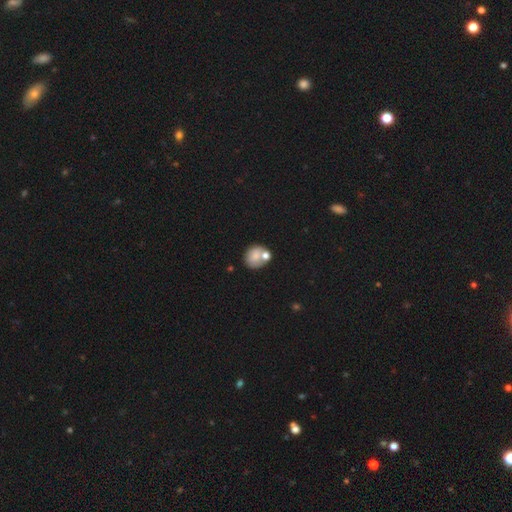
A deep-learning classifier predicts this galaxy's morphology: smooth-or-featured: smooth: 73% | featured or disk: 17% | star or artifact: 10%
  how-rounded: round: 73% | in between: 26% | cigar-shaped: 1%
  merging: none: 49% | merger: 28% | minor disturbance: 16% | major disturbance: 7%